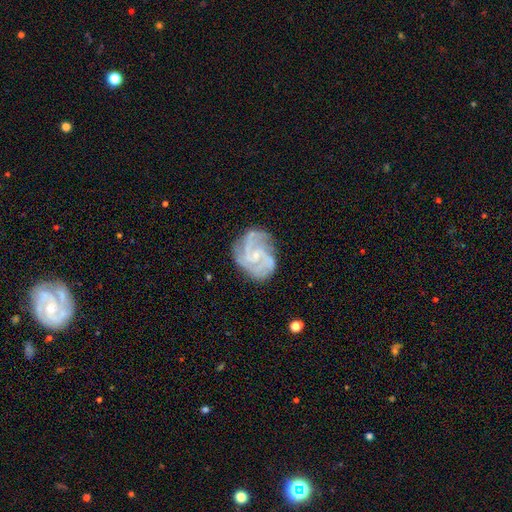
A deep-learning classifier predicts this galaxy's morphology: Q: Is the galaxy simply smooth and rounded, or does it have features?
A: featured or disk — 88%.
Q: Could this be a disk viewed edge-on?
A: no — 98%.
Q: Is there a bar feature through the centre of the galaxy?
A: no — 57%.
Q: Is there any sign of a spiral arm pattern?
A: yes — 97%.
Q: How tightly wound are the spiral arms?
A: tight — 48%.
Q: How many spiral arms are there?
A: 3 — 34%.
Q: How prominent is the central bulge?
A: small — 75%.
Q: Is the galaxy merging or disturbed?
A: none — 72%.